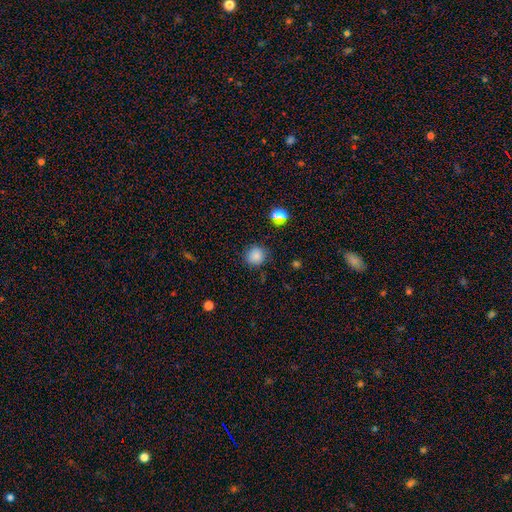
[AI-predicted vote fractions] Smooth or featured? smooth (82%)
How rounded? round (87%)
Merging? none (83%)